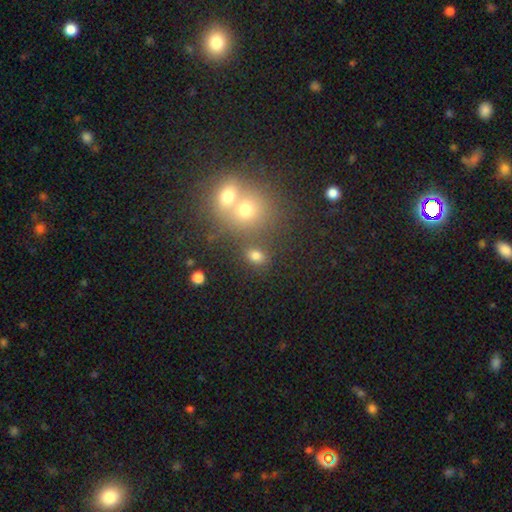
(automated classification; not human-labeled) Smooth or featured?
  - smooth: 75% *
  - star or artifact: 17%
  - featured or disk: 9%
How rounded?
  - in between: 57% *
  - round: 41%
  - cigar-shaped: 2%
Merging?
  - none: 67% *
  - merger: 18%
  - minor disturbance: 11%
  - major disturbance: 5%